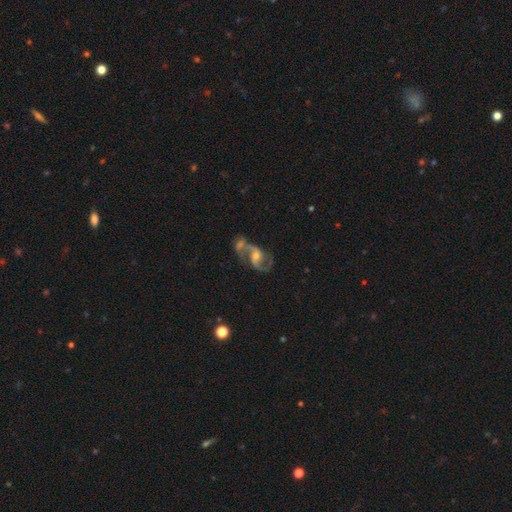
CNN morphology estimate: Smooth or featured?
  - featured or disk: 88% *
  - smooth: 6%
  - star or artifact: 6%
Edge-on disk?
  - no: 97% *
  - yes: 3%
Bar?
  - weak: 45% *
  - no: 39%
  - strong: 16%
Spiral arms?
  - yes: 96% *
  - no: 4%
Spiral winding?
  - medium: 48% *
  - loose: 42%
  - tight: 10%
Spiral arm count?
  - 2: 91% *
  - 1: 3%
  - can't tell: 2%
  - 3: 1%
  - 4: 1%
  - more than 4: 1%
Bulge size?
  - moderate: 47% *
  - small: 44%
  - none: 4%
  - large: 4%
  - dominant: 1%
Merging?
  - none: 42% *
  - merger: 31%
  - minor disturbance: 14%
  - major disturbance: 12%